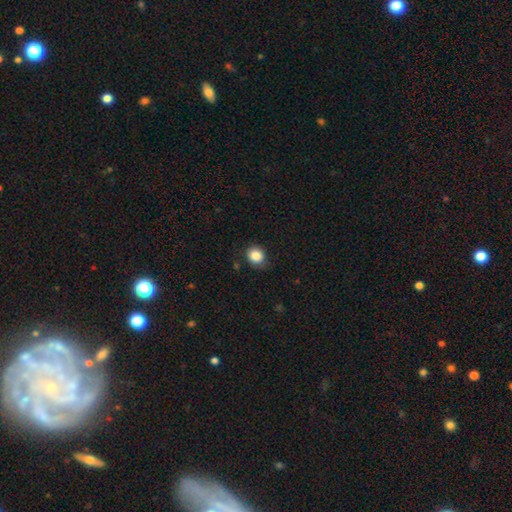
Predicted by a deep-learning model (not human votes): Q: Smooth or featured?
A: smooth (85%); runner-up: star or artifact (10%)
Q: How rounded?
A: round (72%); runner-up: in between (27%)
Q: Merging?
A: none (82%); runner-up: minor disturbance (14%)